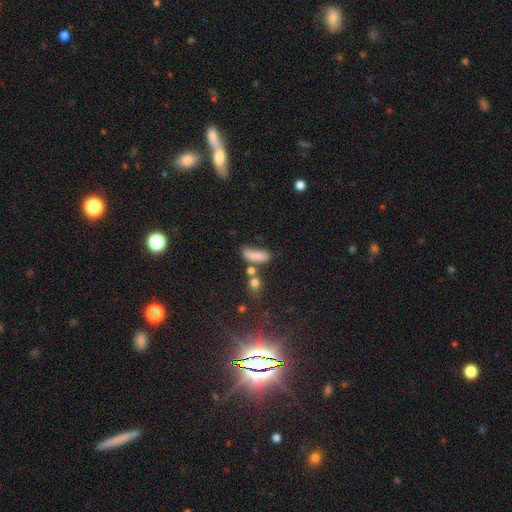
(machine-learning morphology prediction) Smooth or featured? smooth (78%)
How rounded? in between (52%)
Merging? none (46%)